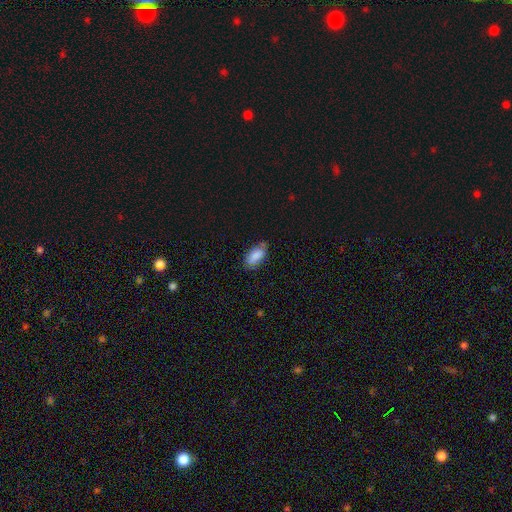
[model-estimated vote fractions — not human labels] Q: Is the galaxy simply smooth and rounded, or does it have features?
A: smooth — 81%.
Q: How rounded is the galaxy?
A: in between — 91%.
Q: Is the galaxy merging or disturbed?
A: none — 68%.